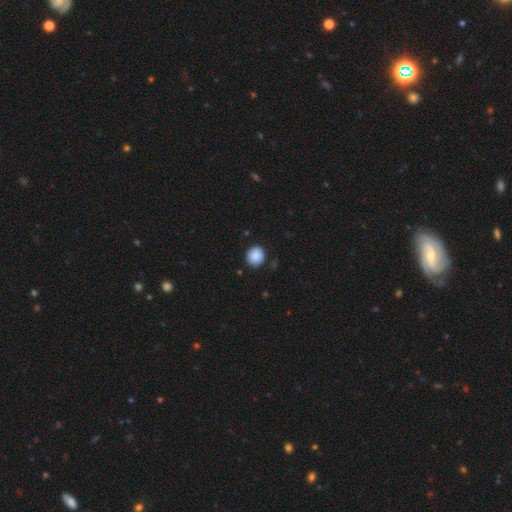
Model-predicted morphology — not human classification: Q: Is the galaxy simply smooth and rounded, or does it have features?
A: smooth — 88%.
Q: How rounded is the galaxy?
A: round — 87%.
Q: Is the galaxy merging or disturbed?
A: none — 87%.